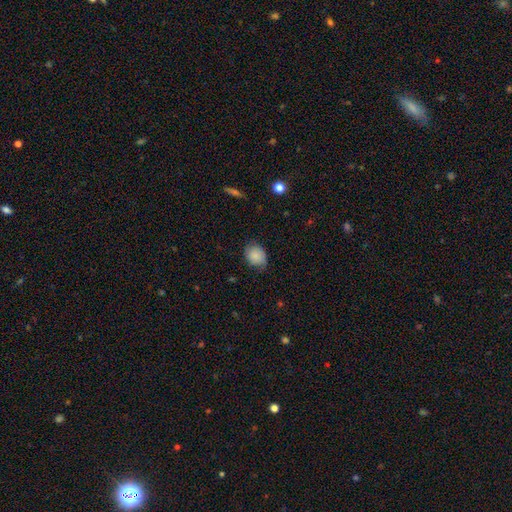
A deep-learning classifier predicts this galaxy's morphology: This is clearly a smooth galaxy (81%). How rounded: possibly in between (51%). Merging: likely none (65%).